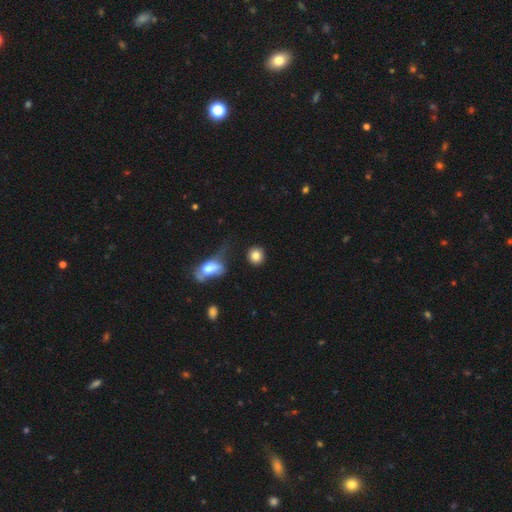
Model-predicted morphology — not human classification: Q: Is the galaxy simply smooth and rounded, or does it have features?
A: smooth — 84%.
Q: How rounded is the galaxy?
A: round — 87%.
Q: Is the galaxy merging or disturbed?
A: none — 81%.